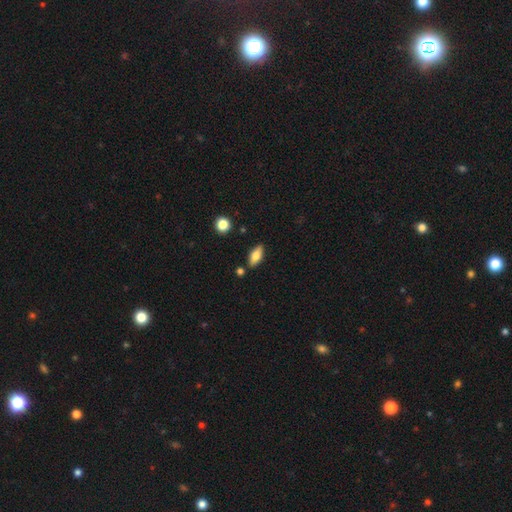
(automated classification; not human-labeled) smooth 77%, featured or disk 16%, star or artifact 7%. Down the decision tree: how rounded — in between (84%); merging — none (83%).